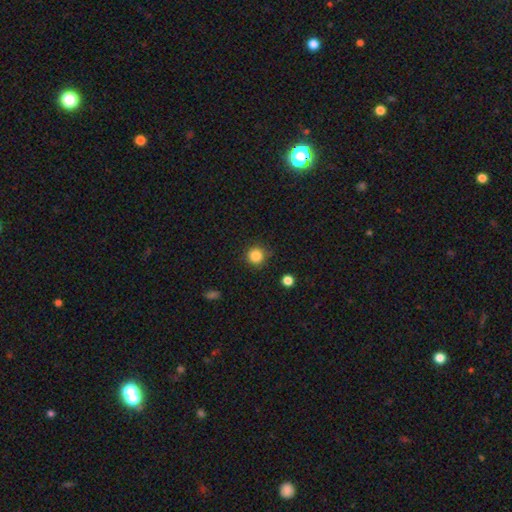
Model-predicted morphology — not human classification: smooth_or_featured: smooth (p=0.85) [alt: star or artifact p=0.12]
how_rounded: round (p=0.94) [alt: in between p=0.05]
merging: none (p=0.86) [alt: minor disturbance p=0.10]